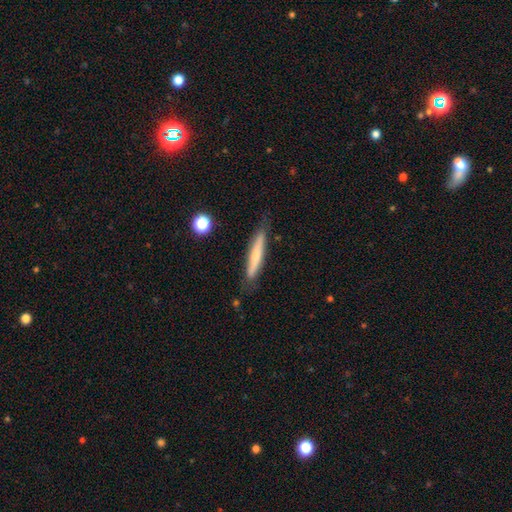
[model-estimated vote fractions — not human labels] Smooth or featured: smooth — 59% (featured or disk — 35%)
How rounded: cigar-shaped — 93% (in between — 6%)
Merging: none — 79% (minor disturbance — 16%)